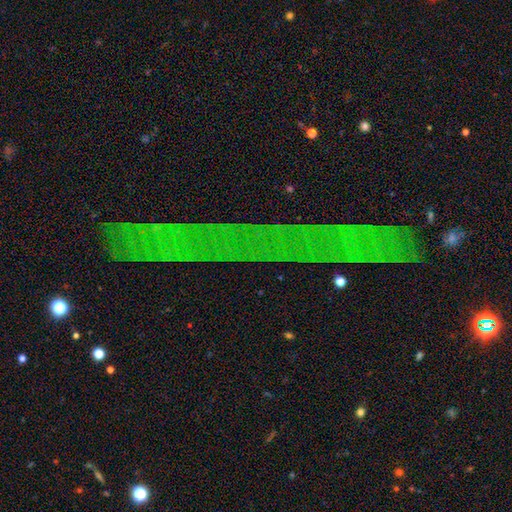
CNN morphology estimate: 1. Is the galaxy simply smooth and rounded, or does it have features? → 81% star or artifact, 10% featured or disk, 8% smooth.